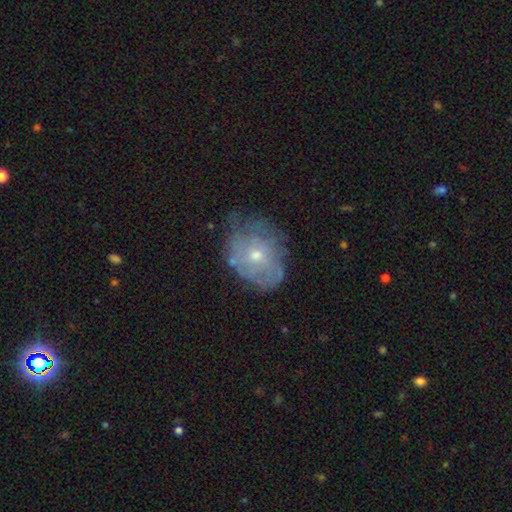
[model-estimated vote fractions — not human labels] Morphology: type=featured or disk (55%); edge-on=no (96%); bar=no (84%); spiral arms=no (54%); bulge=small (51%); merging=none (49%).